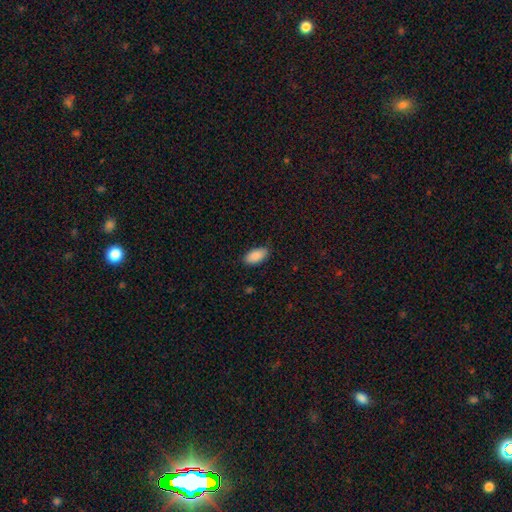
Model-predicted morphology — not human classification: A smooth galaxy with no disk features (90%) that is in between round and cigar-shaped (95%). Merging: none (86%).